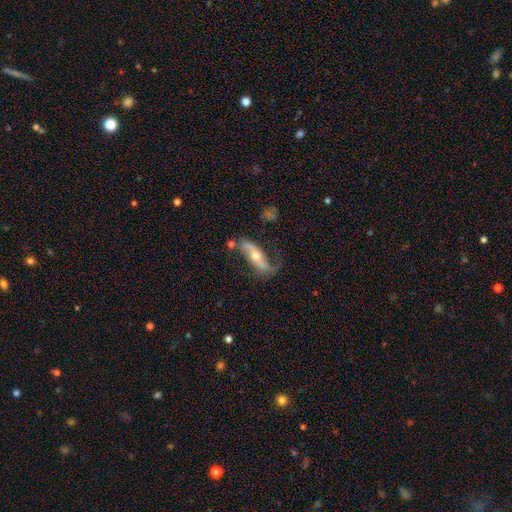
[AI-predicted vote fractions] featured or disk 75%, smooth 20%, star or artifact 6%. Down the decision tree: edge-on disk — no (78%); bar — no (48%); spiral arms — yes (87%); spiral arm count — 2 (83%); spiral winding — loose (76%); bulge size — moderate (64%); merging — none (55%).